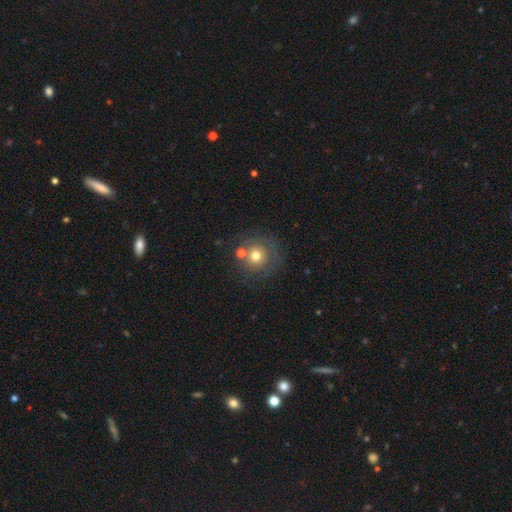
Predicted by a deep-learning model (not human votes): Q: Smooth or featured?
A: smooth (65%); runner-up: featured or disk (21%)
Q: How rounded?
A: round (92%); runner-up: in between (7%)
Q: Merging?
A: none (67%); runner-up: merger (14%)